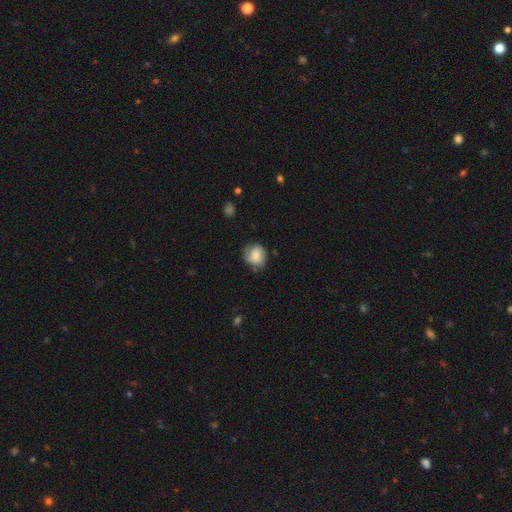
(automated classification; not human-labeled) The model was most divided on "merging": none: 61%, minor disturbance: 29%, major disturbance: 8%, merger: 2%. More confident: how rounded — round (74%); smooth or featured — smooth (69%).